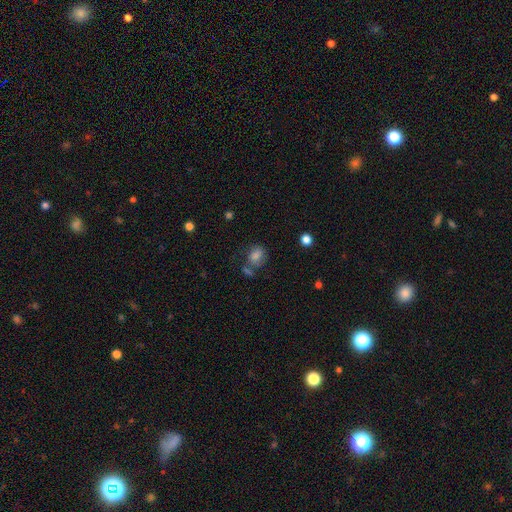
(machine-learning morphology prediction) type=smooth (71%); roundness=in between (62%); merging=none (47%).